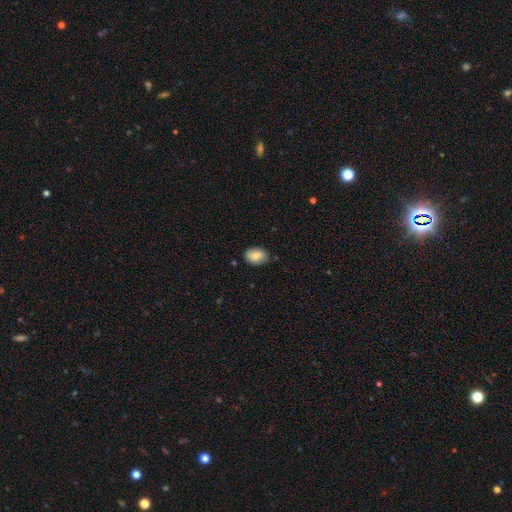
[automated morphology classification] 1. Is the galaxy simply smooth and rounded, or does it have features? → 81% smooth, 12% featured or disk, 7% star or artifact.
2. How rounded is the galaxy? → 79% in between, 20% round, 1% cigar-shaped.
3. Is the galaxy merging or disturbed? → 80% none, 16% minor disturbance, 2% major disturbance, 1% merger.